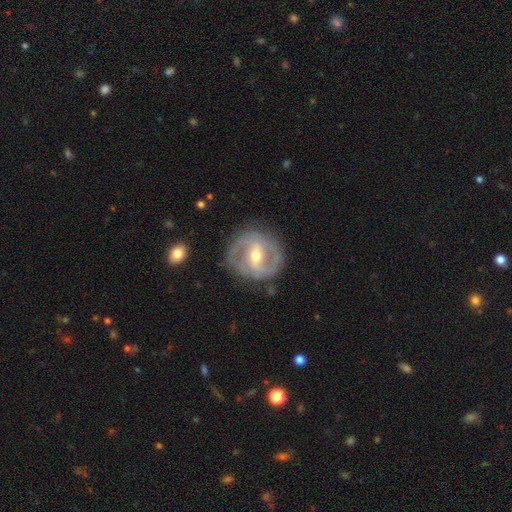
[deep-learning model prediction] Q: Smooth or featured?
A: featured or disk (86%); runner-up: smooth (9%)
Q: Edge-on disk?
A: no (97%); runner-up: yes (3%)
Q: Bar?
A: weak (45%); runner-up: strong (38%)
Q: Spiral arms?
A: yes (92%); runner-up: no (8%)
Q: Spiral winding?
A: medium (47%); runner-up: tight (40%)
Q: Spiral arm count?
A: 2 (81%); runner-up: can't tell (8%)
Q: Bulge size?
A: moderate (61%); runner-up: small (35%)
Q: Merging?
A: none (81%); runner-up: minor disturbance (13%)